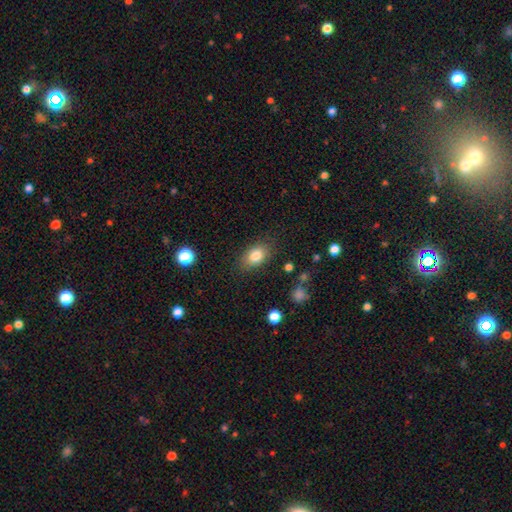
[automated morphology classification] The model was most divided on "how rounded": in between: 83%, round: 15%, cigar-shaped: 2%. More confident: merging — none (83%); smooth or featured — smooth (82%).